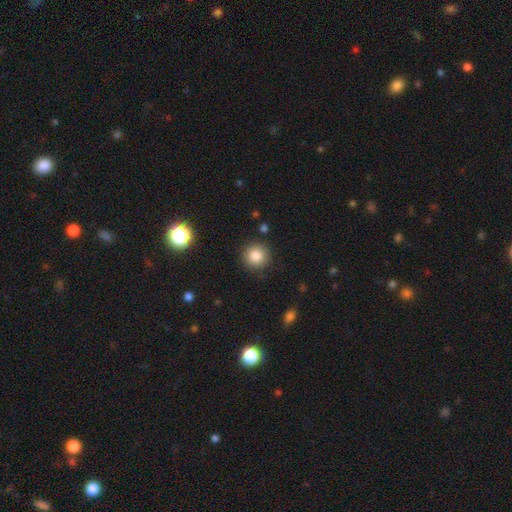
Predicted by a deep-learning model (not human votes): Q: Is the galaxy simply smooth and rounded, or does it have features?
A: smooth — 83%.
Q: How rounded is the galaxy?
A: round — 94%.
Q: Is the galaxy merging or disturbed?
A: none — 90%.